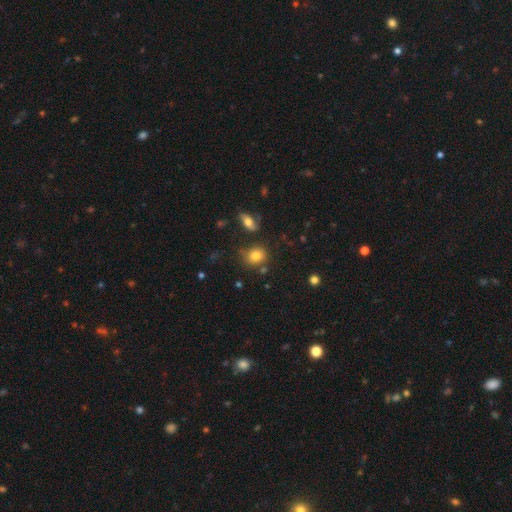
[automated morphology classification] Overall: smooth (80%). How rounded: round (66%; in between 33%). Merging: none (72%).